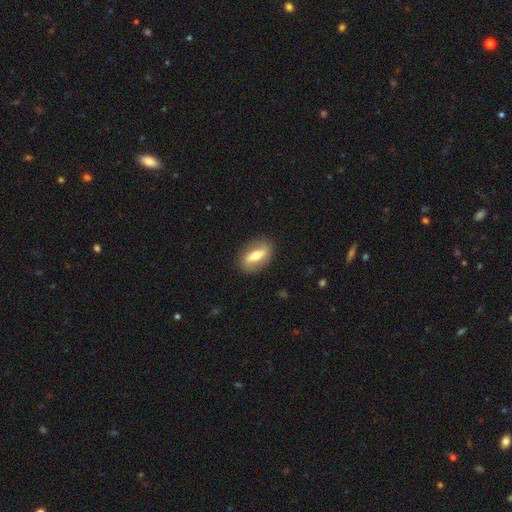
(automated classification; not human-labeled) smooth-or-featured: featured or disk: 50% | smooth: 43% | star or artifact: 7%
  merging: none: 85% | minor disturbance: 11% | major disturbance: 3% | merger: 1%